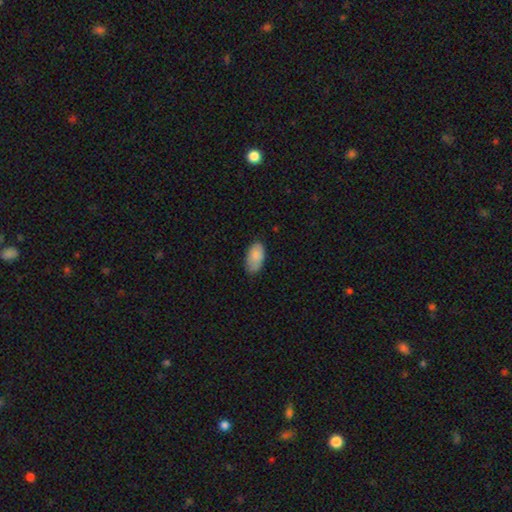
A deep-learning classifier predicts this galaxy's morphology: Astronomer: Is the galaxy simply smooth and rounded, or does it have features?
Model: smooth — 86%.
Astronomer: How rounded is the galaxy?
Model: in between — 95%.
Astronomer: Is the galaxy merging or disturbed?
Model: none — 75%.